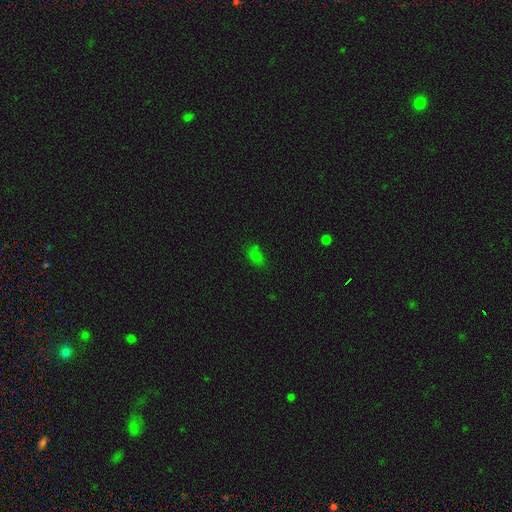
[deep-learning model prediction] Smooth or featured?
  - smooth: 73% *
  - star or artifact: 21%
  - featured or disk: 6%
How rounded?
  - in between: 86% *
  - round: 9%
  - cigar-shaped: 5%
Merging?
  - none: 67% *
  - minor disturbance: 22%
  - major disturbance: 7%
  - merger: 3%